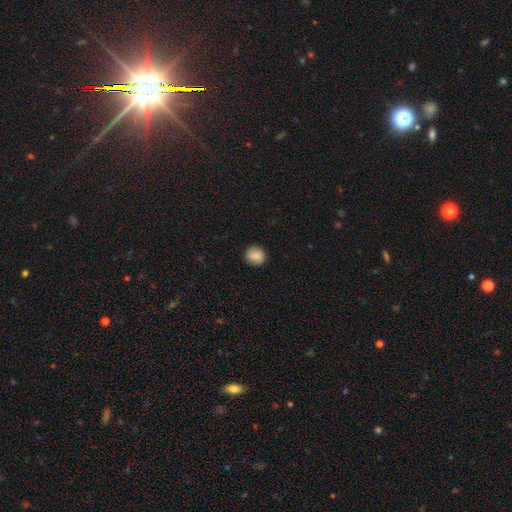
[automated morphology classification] Smooth or featured? smooth (83%)
How rounded? round (88%)
Merging? none (89%)